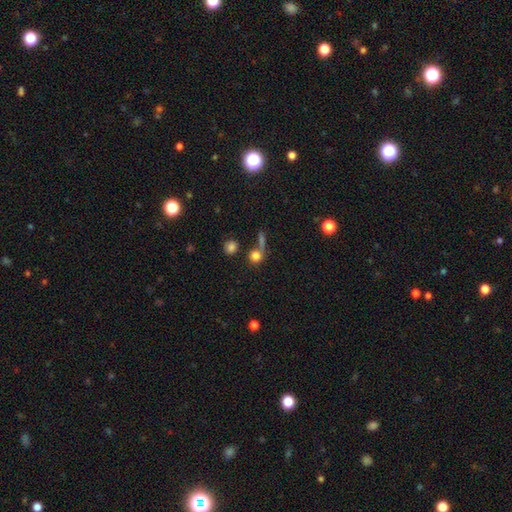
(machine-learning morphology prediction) Smooth or featured?
  - smooth: 78% *
  - star or artifact: 13%
  - featured or disk: 10%
How rounded?
  - round: 86% *
  - in between: 12%
  - cigar-shaped: 3%
Merging?
  - none: 54% *
  - merger: 27%
  - minor disturbance: 10%
  - major disturbance: 9%